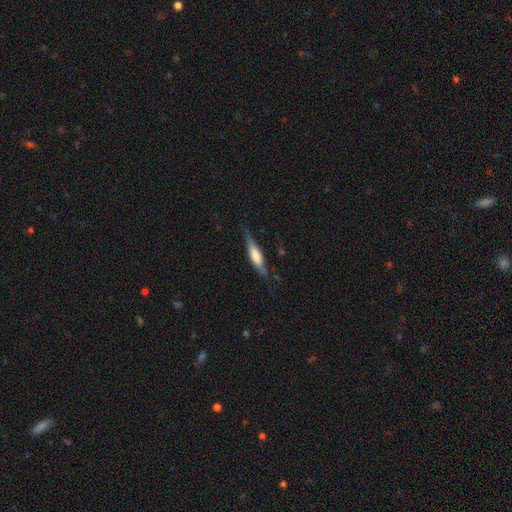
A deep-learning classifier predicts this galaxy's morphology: This appears to be a smooth galaxy with no disk features (47%, tied with featured or disk). Merging: none (74%).